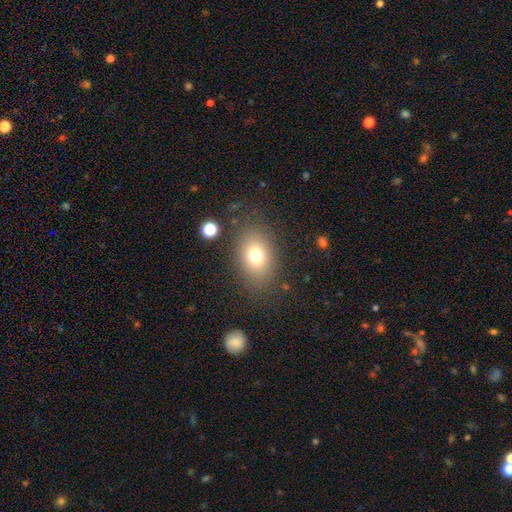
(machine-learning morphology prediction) smooth_or_featured: smooth (p=0.73) [alt: featured or disk p=0.14]
how_rounded: in between (p=0.73) [alt: round p=0.26]
merging: none (p=0.81) [alt: minor disturbance p=0.12]